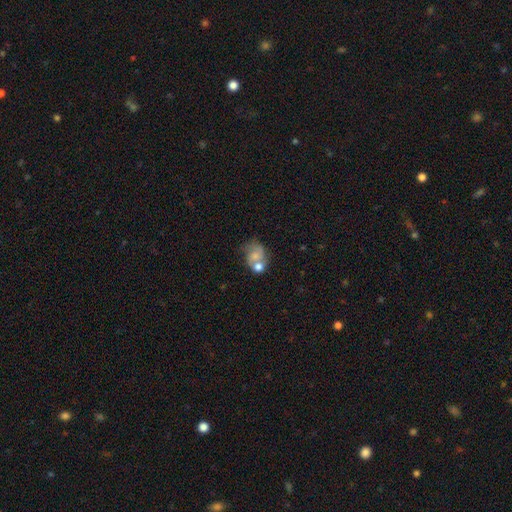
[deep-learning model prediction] A smooth galaxy with no disk features (47%).

Vote fractions:
- Smooth or featured? smooth: 47% / featured or disk: 44% / star or artifact: 9%
- Merging? merger: 45% / none: 27% / minor disturbance: 16% / major disturbance: 12%